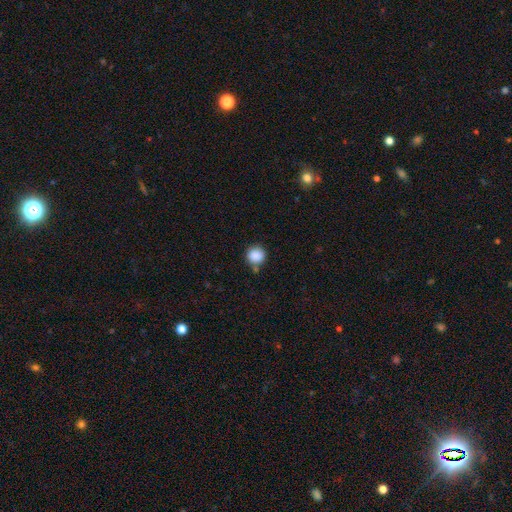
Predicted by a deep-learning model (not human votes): A smooth galaxy with no disk features (88%) that is round (92%).

Vote fractions:
- Smooth or featured? smooth: 88% / star or artifact: 9% / featured or disk: 3%
- How rounded? round: 92% / in between: 7% / cigar-shaped: 1%
- Merging? none: 77% / minor disturbance: 13% / merger: 7% / major disturbance: 3%